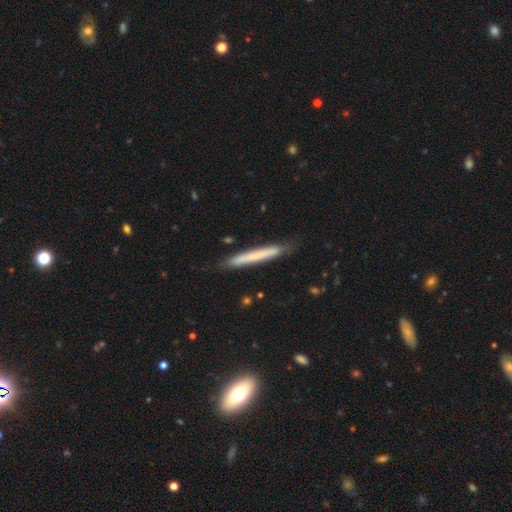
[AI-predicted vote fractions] Smooth or featured? Predicted: smooth (p=0.63). How rounded? Predicted: cigar-shaped (p=0.97). Merging? Predicted: none (p=0.84).